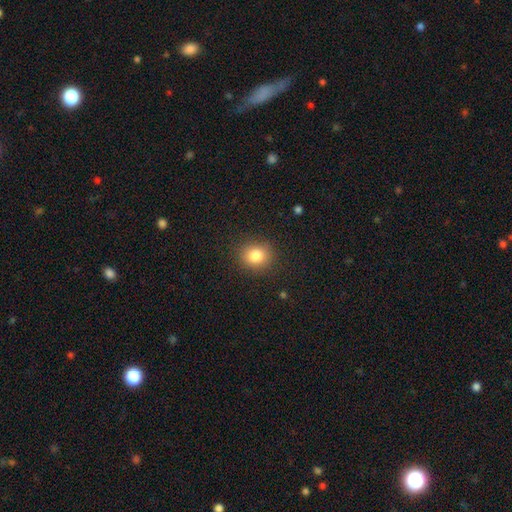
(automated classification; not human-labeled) Smooth or featured: smooth — 83% (star or artifact — 11%)
How rounded: round — 78% (in between — 21%)
Merging: none — 88% (minor disturbance — 8%)